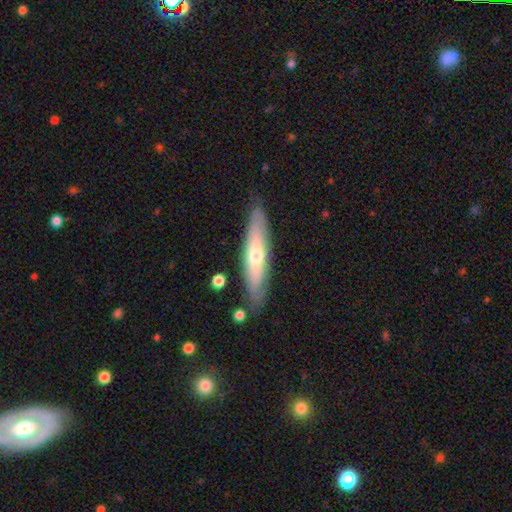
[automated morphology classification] type=featured or disk (49%); merging=none (83%).